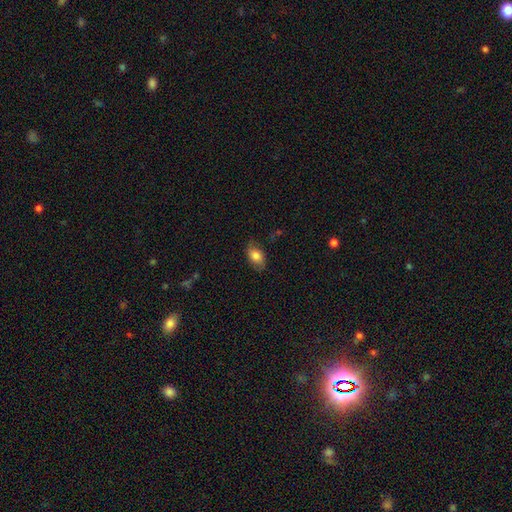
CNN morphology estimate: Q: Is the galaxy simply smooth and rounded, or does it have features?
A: smooth — 74%.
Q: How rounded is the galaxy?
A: in between — 88%.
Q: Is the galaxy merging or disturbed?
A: none — 73%.